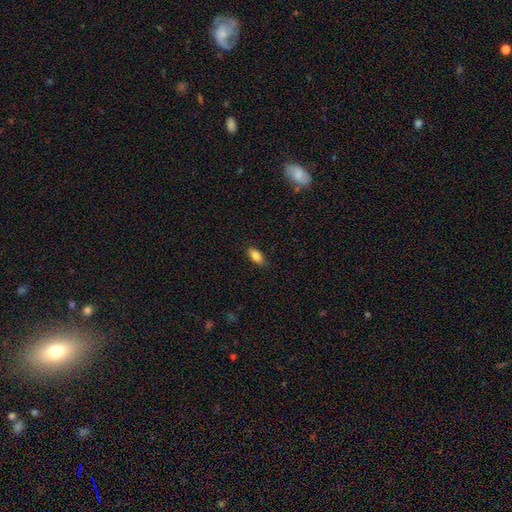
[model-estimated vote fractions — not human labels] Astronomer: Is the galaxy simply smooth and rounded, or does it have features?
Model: smooth — 83%.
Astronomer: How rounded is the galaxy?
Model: in between — 87%.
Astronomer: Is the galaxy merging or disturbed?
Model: none — 85%.